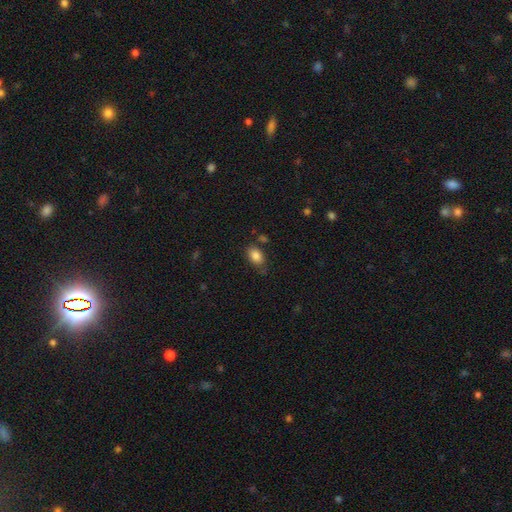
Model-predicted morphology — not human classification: Q: Smooth or featured?
A: smooth (85%); runner-up: star or artifact (8%)
Q: How rounded?
A: in between (85%); runner-up: round (13%)
Q: Merging?
A: none (71%); runner-up: minor disturbance (19%)